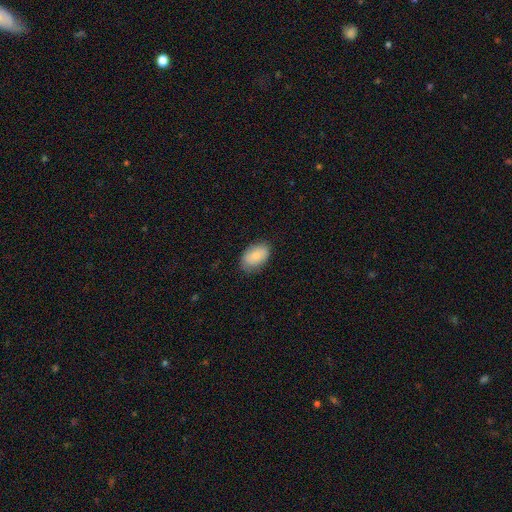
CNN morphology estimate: This appears to be a smooth galaxy with no disk features (82%) that is in between round and cigar-shaped (90%). Merging: none (80%).